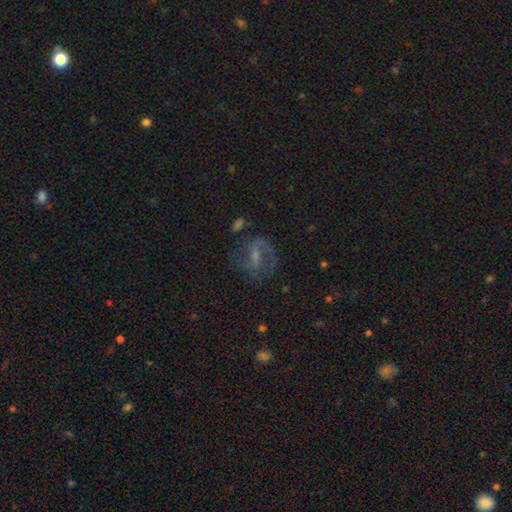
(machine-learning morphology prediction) smooth_or_featured: featured or disk (p=0.61) [alt: smooth p=0.24]
disk_edge_on: no (p=0.96) [alt: yes p=0.04]
bar: weak (p=0.47) [alt: no p=0.28]
has_spiral_arms: yes (p=0.78) [alt: no p=0.22]
bulge_size: small (p=0.40) [alt: moderate p=0.27]
merging: none (p=0.57) [alt: major disturbance p=0.21]